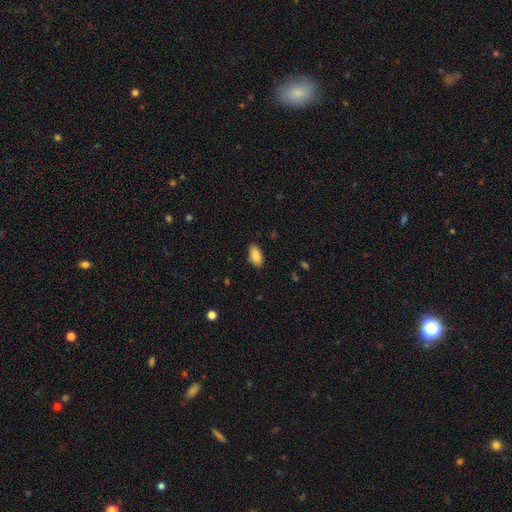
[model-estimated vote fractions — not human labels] smooth 89%, star or artifact 7%, featured or disk 4%. Down the decision tree: how rounded — in between (93%); merging — none (87%).